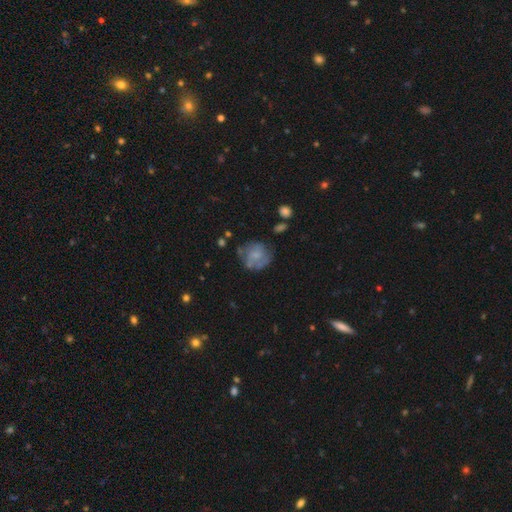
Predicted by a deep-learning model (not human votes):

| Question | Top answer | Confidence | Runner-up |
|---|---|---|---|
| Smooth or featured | featured or disk | 47% | smooth (43%) |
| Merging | none | 55% | minor disturbance (24%) |